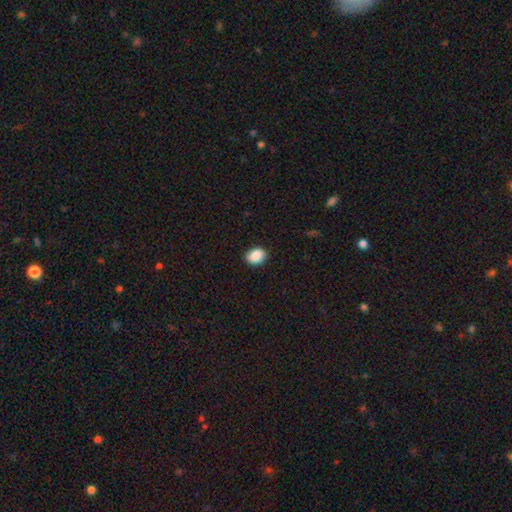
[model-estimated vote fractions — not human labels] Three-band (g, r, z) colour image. It shows a smooth galaxy with no disk features (88%) that is in between round and cigar-shaped (60%). Merging: none (89%).